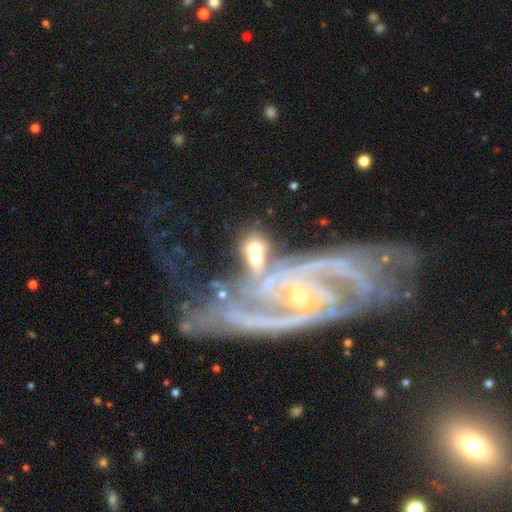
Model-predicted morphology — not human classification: type=featured or disk (54%); edge-on=no (93%); bar=no (68%); spiral arms=yes (70%); bulge=small (42%); merging=merger (47%).